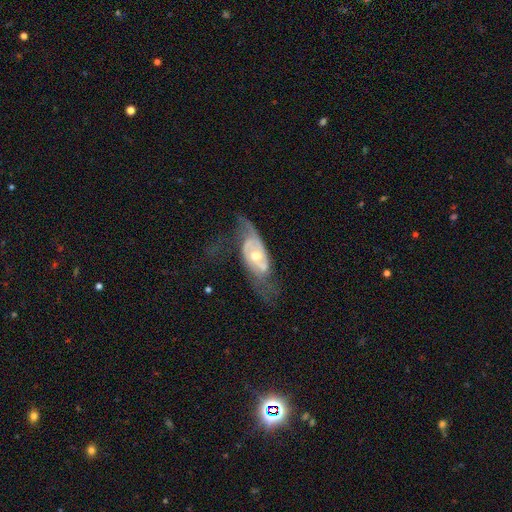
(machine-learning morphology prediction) Overall: featured or disk (80%). Edge-on disk: no (89%). Bar: no (61%; weak 30%). Spiral arms: yes (83%). Spiral arm count: 2 (69%). Spiral winding: medium (39%; loose 33%). Bulge size: moderate (67%). Merging: none (43%; major disturbance 30%).